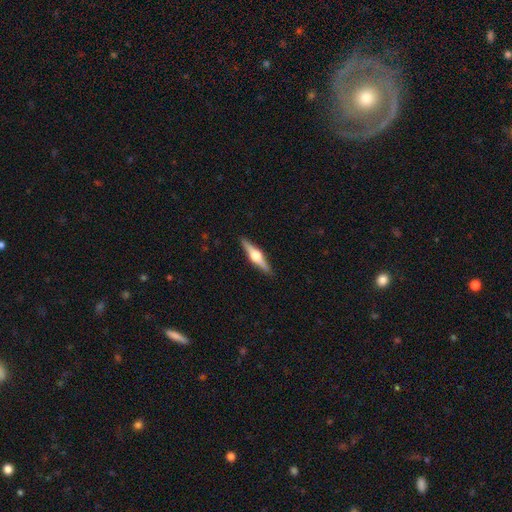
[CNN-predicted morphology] smooth_or_featured: featured or disk (p=0.77) [alt: smooth p=0.18]
disk_edge_on: yes (p=0.98) [alt: no p=0.02]
edge_on_bulge: rounded (p=0.95) [alt: boxy p=0.04]
merging: none (p=0.91) [alt: minor disturbance p=0.06]